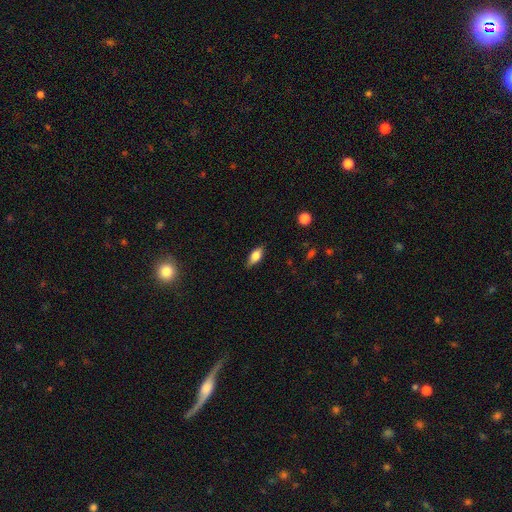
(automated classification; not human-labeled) Smooth or featured? Predicted: smooth (p=0.69). How rounded? Predicted: in between (p=0.81). Merging? Predicted: none (p=0.80).